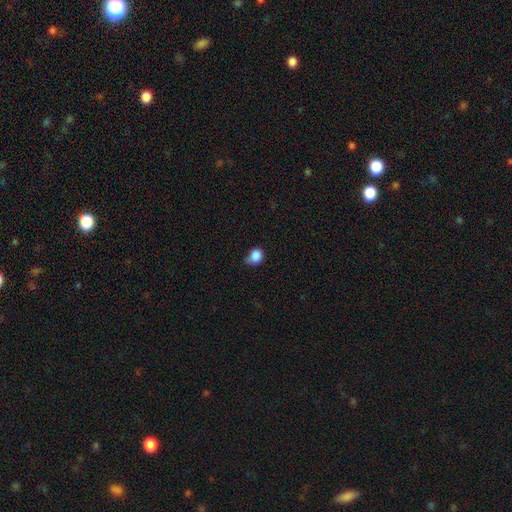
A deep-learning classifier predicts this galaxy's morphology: This appears to be a smooth galaxy with no disk features (86%) that is round (60%). Merging: none (43%).